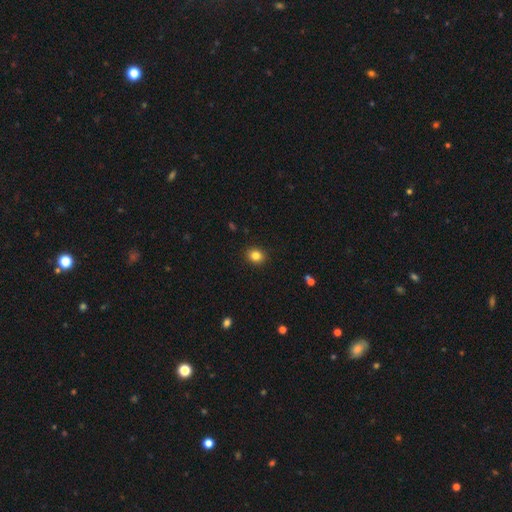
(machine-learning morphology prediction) smooth_or_featured: smooth (p=0.84) [alt: star or artifact p=0.11]
how_rounded: round (p=0.68) [alt: in between p=0.31]
merging: none (p=0.91) [alt: minor disturbance p=0.06]